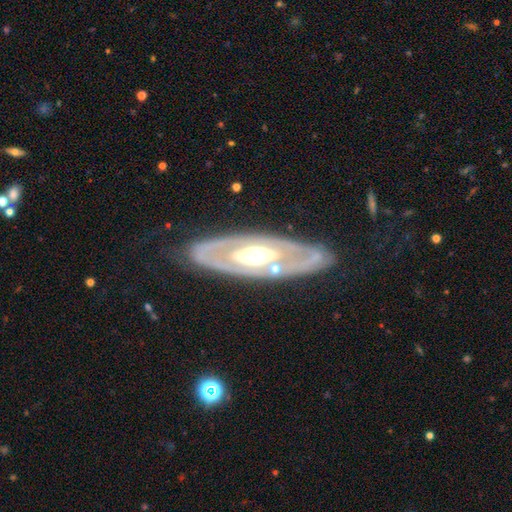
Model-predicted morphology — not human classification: A featured or disk galaxy (78%) with no bar (70%), no spiral arms (66%) and a moderate central bulge (58%). Merging: none (77%).